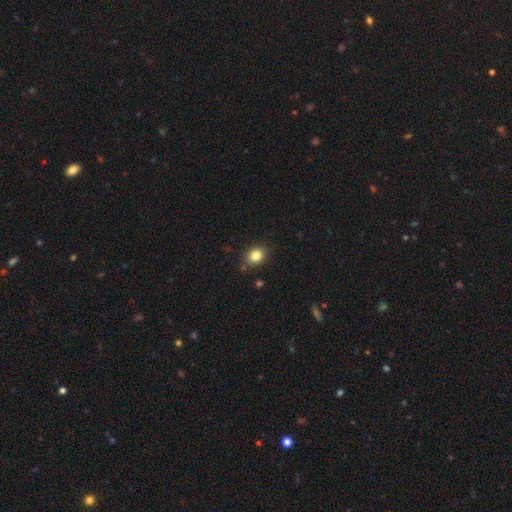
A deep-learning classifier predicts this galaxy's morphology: This appears to be a smooth galaxy with no disk features (84%) that is round (58%). Merging: none (84%).